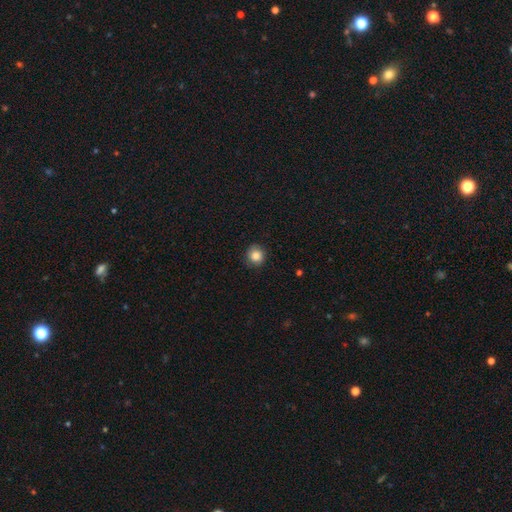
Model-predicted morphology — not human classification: smooth 85%, star or artifact 10%, featured or disk 5%. Down the decision tree: how rounded — round (90%); merging — none (85%).